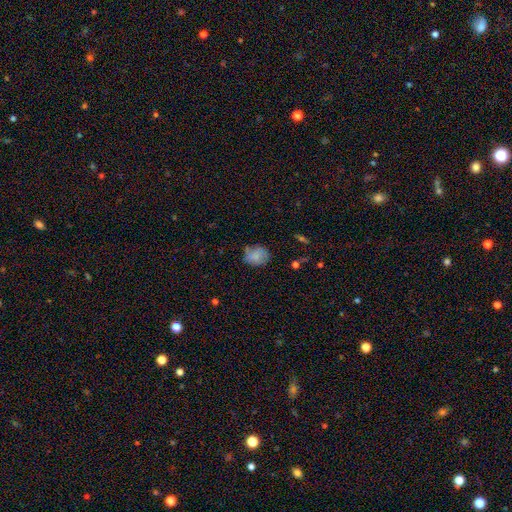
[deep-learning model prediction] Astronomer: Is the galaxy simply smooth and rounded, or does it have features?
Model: smooth — 79%.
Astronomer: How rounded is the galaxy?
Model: round — 58% (runner-up: in between, 41%).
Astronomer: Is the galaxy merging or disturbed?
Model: none — 67%.